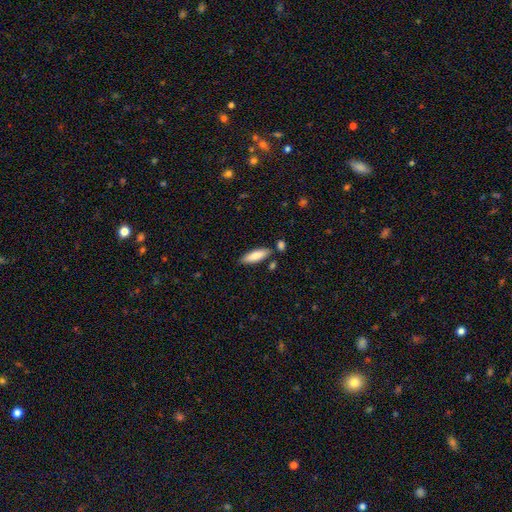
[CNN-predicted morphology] This appears to be a smooth galaxy with no disk features (82%) that is cigar-shaped (50%). Merging: none (80%).